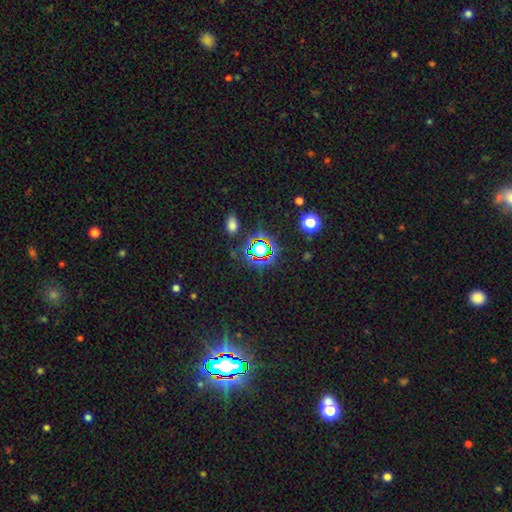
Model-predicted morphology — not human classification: A star or artifact, not a galaxy (78%).